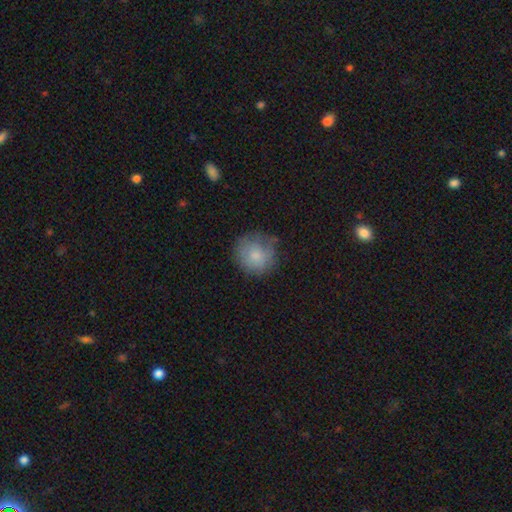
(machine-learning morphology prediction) Overall: smooth (79%). How rounded: round (89%). Merging: none (65%).